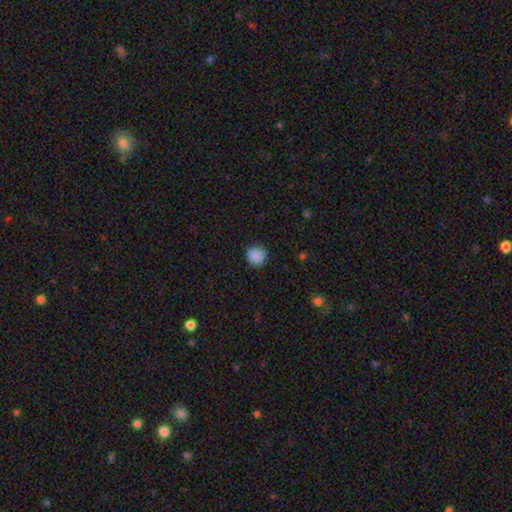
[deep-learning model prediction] Smooth or featured?
  - smooth: 88% *
  - star or artifact: 9%
  - featured or disk: 3%
How rounded?
  - round: 91% *
  - in between: 8%
  - cigar-shaped: 1%
Merging?
  - none: 88% *
  - minor disturbance: 9%
  - major disturbance: 2%
  - merger: 1%